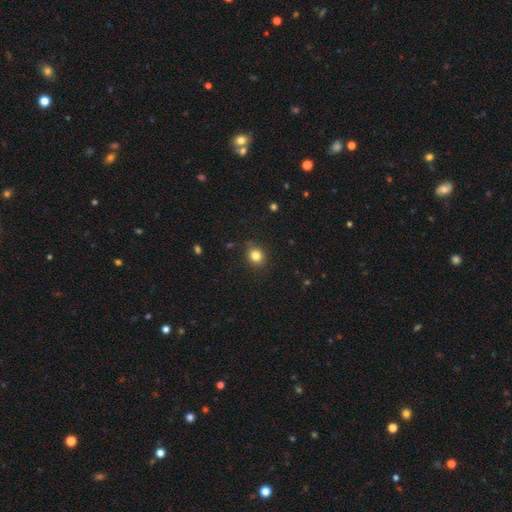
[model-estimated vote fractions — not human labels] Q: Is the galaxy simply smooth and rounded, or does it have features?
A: smooth — 81%.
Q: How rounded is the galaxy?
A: round — 67%.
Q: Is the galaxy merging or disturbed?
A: none — 83%.